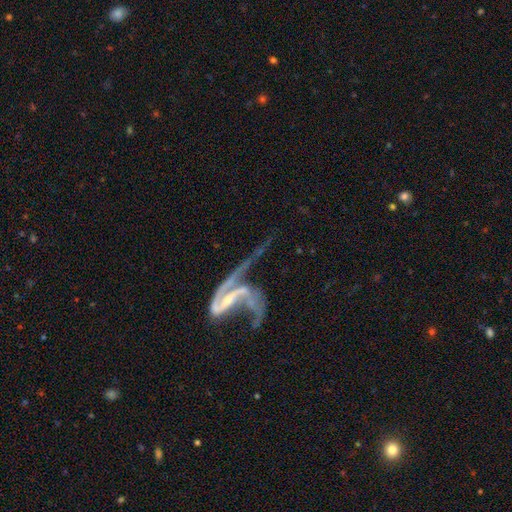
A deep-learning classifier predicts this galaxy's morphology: featured or disk 77%, star or artifact 12%, smooth 11%. Down the decision tree: edge-on disk — no (85%); bar — no (48%); spiral arms — yes (75%); bulge size — small (51%); merging — merger (45%).